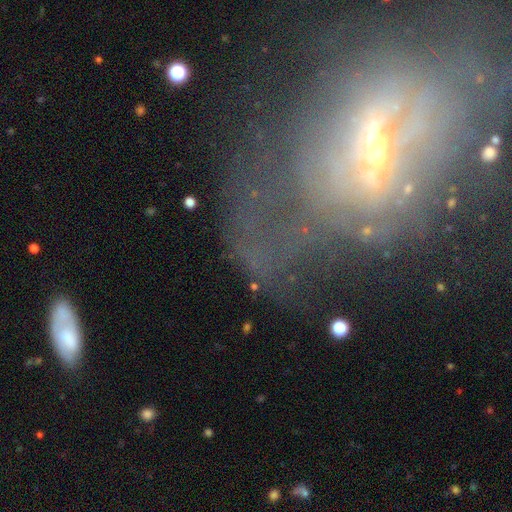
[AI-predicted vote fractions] Q: Smooth or featured?
A: featured or disk (60%); runner-up: star or artifact (21%)
Q: Edge-on disk?
A: no (76%); runner-up: yes (24%)
Q: Merging?
A: major disturbance (44%); runner-up: none (33%)